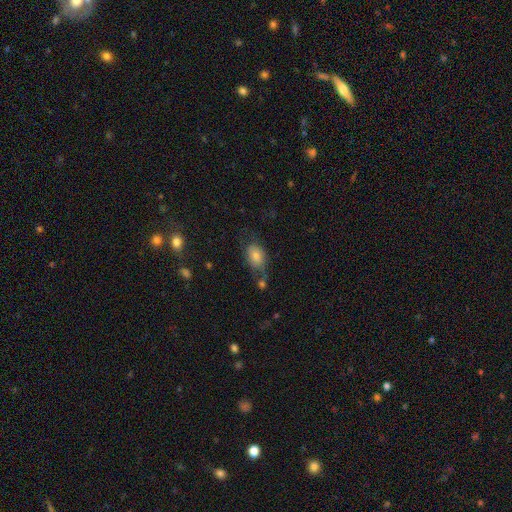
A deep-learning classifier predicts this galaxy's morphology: Smooth or featured? smooth (71%)
How rounded? in between (79%)
Merging? none (51%)